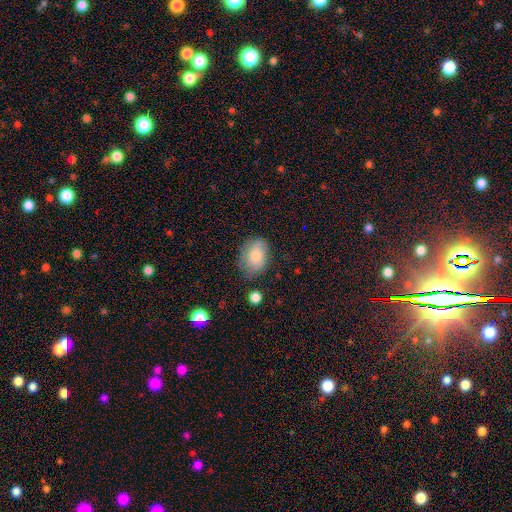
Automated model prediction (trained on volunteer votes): A smooth galaxy with no disk features (79%) that is in between round and cigar-shaped (82%). Merging: none (72%).